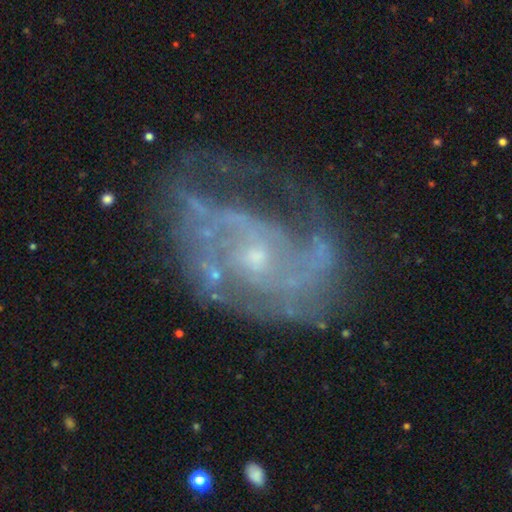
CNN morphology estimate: A featured or disk galaxy (83%) with no bar (70%), 2 (39%) medium (44%) spiral arms (88%) and a small central bulge (75%).

Vote fractions:
- Smooth or featured? featured or disk: 83% / star or artifact: 10% / smooth: 7%
- Edge-on disk? no: 97% / yes: 3%
- Bar? no: 70% / weak: 25% / strong: 5%
- Spiral arms? yes: 88% / no: 12%
- Spiral winding? medium: 44% / tight: 34% / loose: 22%
- Spiral arm count? 2: 39% / can't tell: 29% / 3: 13% / 1: 8% / 4: 6% / more than 4: 5%
- Bulge size? small: 75% / moderate: 18% / none: 5% / large: 1% / dominant: 1%
- Merging? none: 50% / major disturbance: 25% / minor disturbance: 22% / merger: 4%